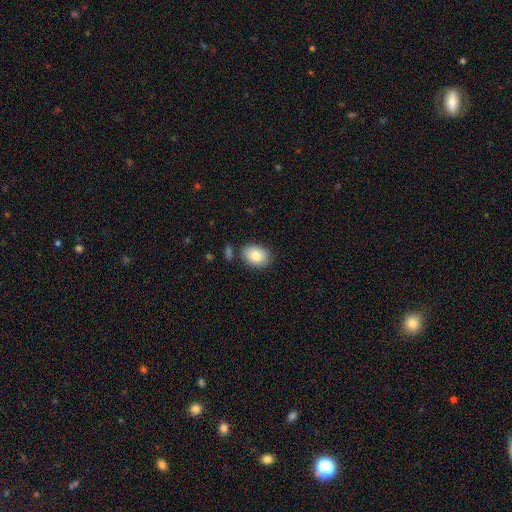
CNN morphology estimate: A smooth galaxy with no disk features (82%) that is in between round and cigar-shaped (75%).

Vote fractions:
- Smooth or featured? smooth: 82% / featured or disk: 11% / star or artifact: 7%
- How rounded? in between: 75% / round: 24% / cigar-shaped: 1%
- Merging? none: 77% / minor disturbance: 14% / merger: 5% / major disturbance: 3%